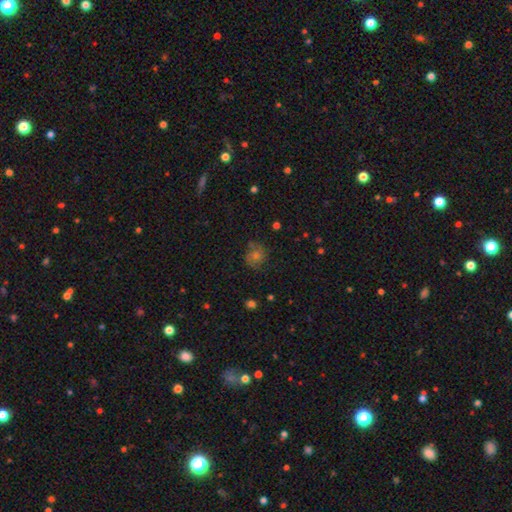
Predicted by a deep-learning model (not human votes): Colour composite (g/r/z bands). It shows a smooth galaxy with no disk features (42%). Merging: none (75%).